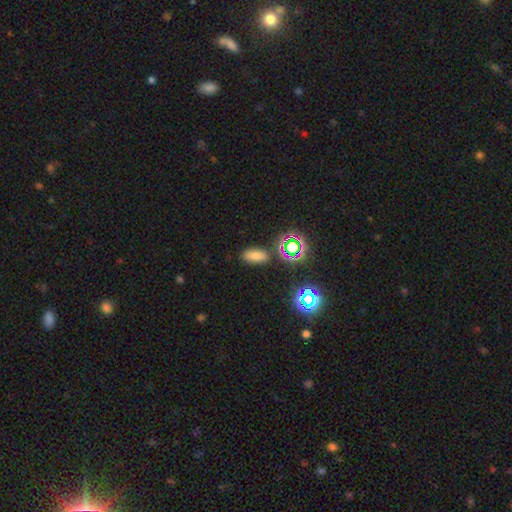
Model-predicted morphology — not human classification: Overall: smooth (68%). How rounded: in between (83%). Merging: none (83%).